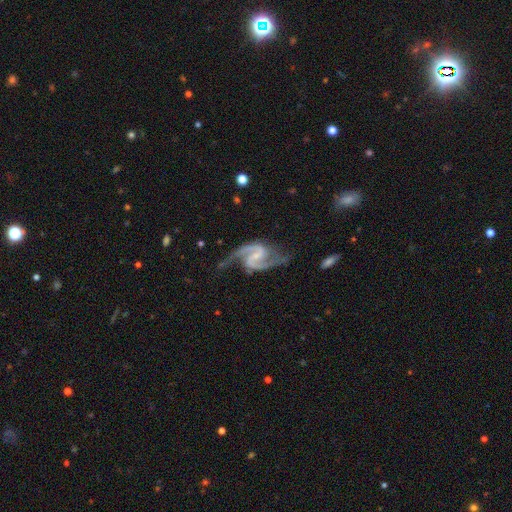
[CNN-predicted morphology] This appears to be a featured or disk galaxy (94%) with a weak bar (51%), 2 (94%) medium (59%) spiral arms (98%) and a small central bulge (57%). Merging: none (70%).